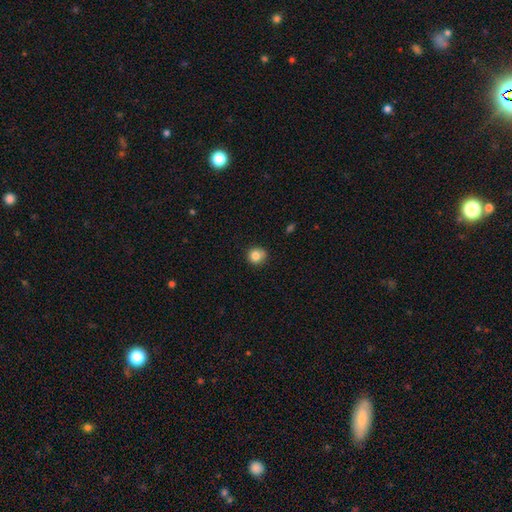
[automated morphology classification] A smooth galaxy with no disk features (84%) that is round (89%). Merging: none (81%).